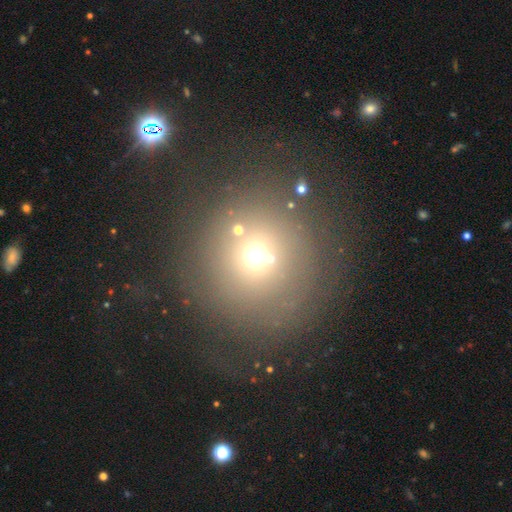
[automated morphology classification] A smooth galaxy with no disk features (61%) that is round (95%). Merging: none (68%).